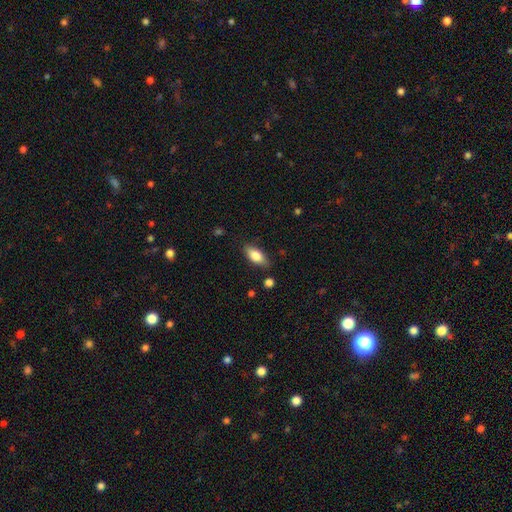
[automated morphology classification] Smooth or featured? smooth (78%)
How rounded? in between (84%)
Merging? none (82%)